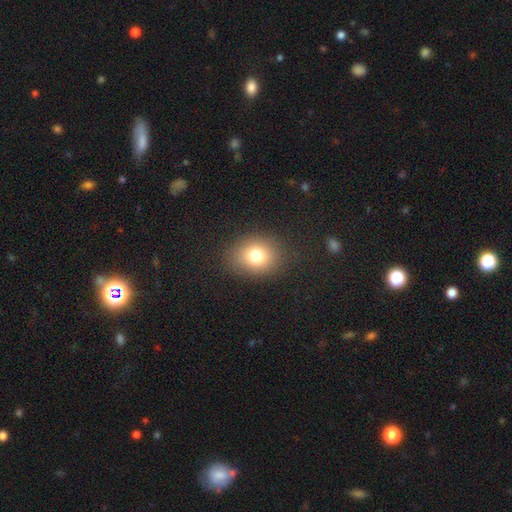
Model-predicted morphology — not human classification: A smooth galaxy with no disk features (77%) that is round (60%). Merging: none (86%).